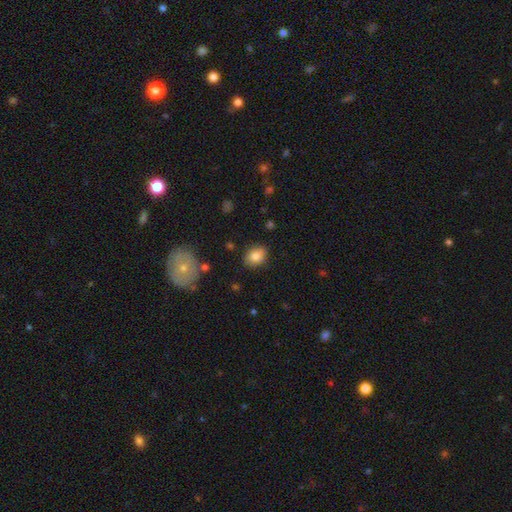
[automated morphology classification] type=smooth (82%); roundness=in between (63%); merging=none (84%).